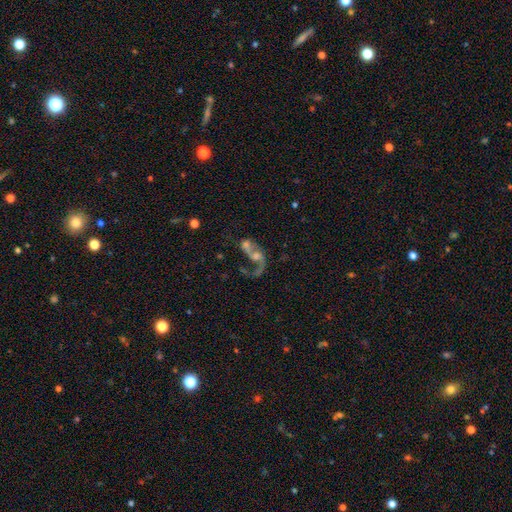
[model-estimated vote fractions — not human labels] Overall: featured or disk (67%). Edge-on disk: no (96%). Bar: no (70%). Spiral arms: yes (72%). Bulge size: moderate (39%; small 28%). Merging: merger (54%; major disturbance 19%).